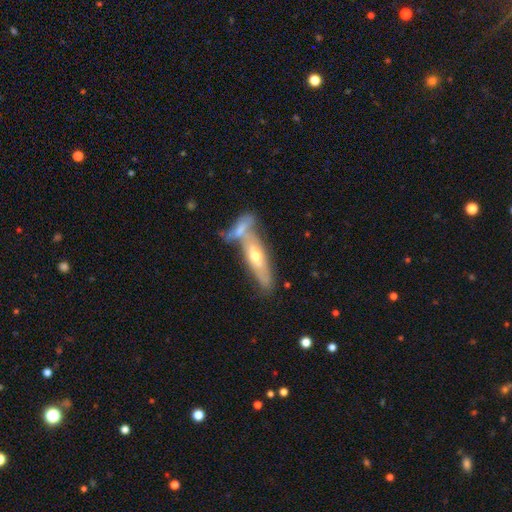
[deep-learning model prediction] smooth-or-featured: featured or disk: 57% | smooth: 37% | star or artifact: 6%
  disk-edge-on: yes: 52% | no: 48%
  merging: none: 45% | merger: 36% | minor disturbance: 14% | major disturbance: 5%